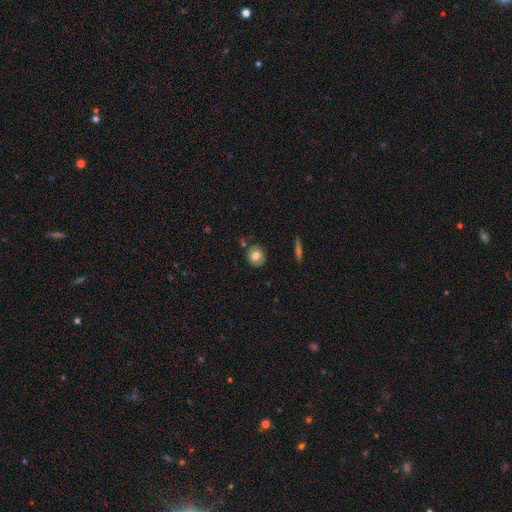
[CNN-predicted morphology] type=smooth (77%); roundness=round (80%); merging=none (81%).